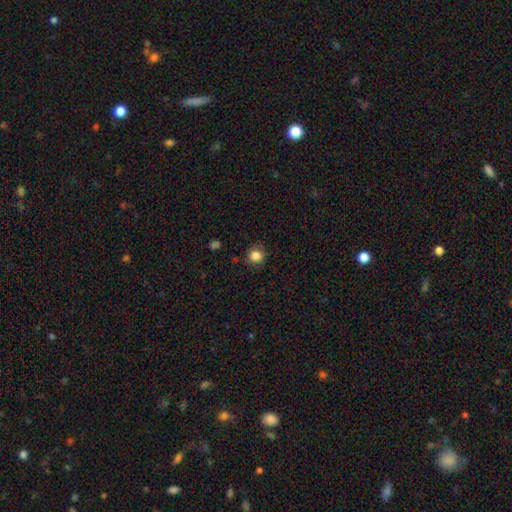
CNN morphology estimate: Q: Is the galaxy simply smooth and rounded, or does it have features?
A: smooth — 84%.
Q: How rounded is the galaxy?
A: round — 87%.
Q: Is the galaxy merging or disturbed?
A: none — 85%.